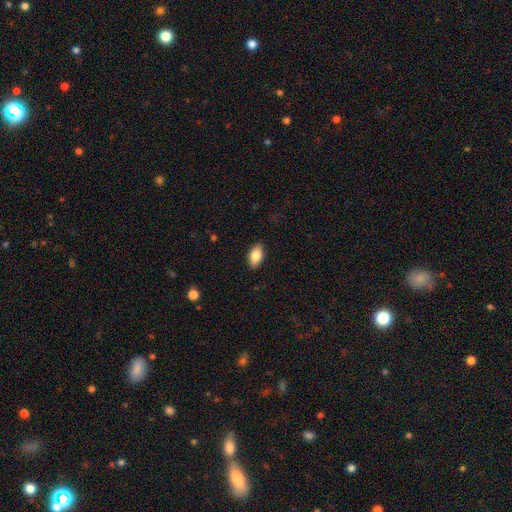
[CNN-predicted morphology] Overall: smooth (85%). How rounded: in between (92%). Merging: none (88%).